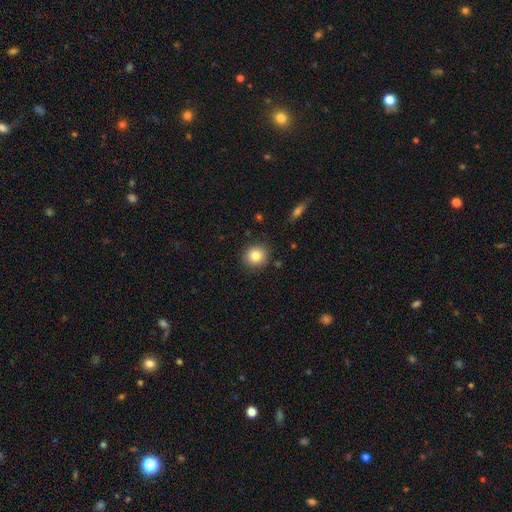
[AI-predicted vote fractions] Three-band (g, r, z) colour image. It shows a smooth galaxy with no disk features (82%) that is round (89%). Merging: none (89%).